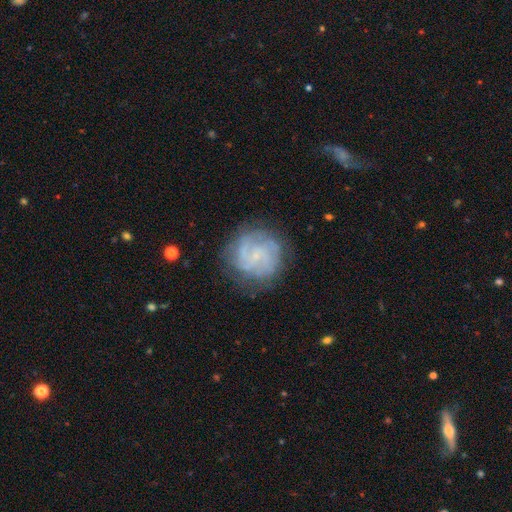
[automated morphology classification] smooth-or-featured: featured or disk: 67% | smooth: 25% | star or artifact: 8%
  disk-edge-on: no: 98% | yes: 2%
    bar: no: 62% | weak: 32% | strong: 6%
    has-spiral-arms: yes: 85% | no: 15%
      spiral-winding: tight: 51% | medium: 36% | loose: 14%
      spiral-arm-count: can't tell: 41% | 2: 21% | 3: 18% | 4: 9% | more than 4: 5% | 1: 5%
    bulge-size: small: 70% | none: 20% | moderate: 8% | large: 1% | dominant: 1%
  merging: none: 73% | minor disturbance: 17% | major disturbance: 9% | merger: 2%